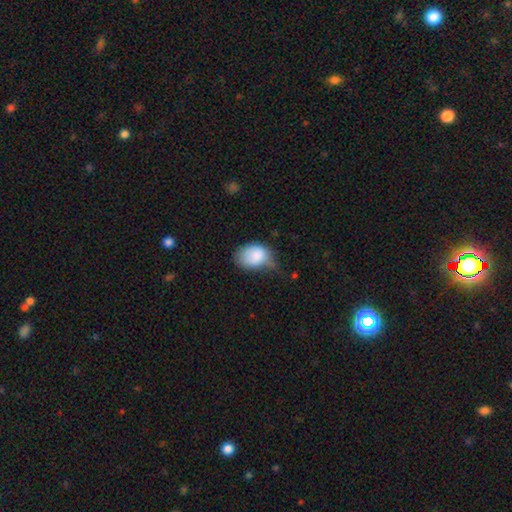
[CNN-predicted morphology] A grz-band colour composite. It shows a smooth galaxy with no disk features (84%) that is in between round and cigar-shaped (70%). Merging: minor disturbance (45%).